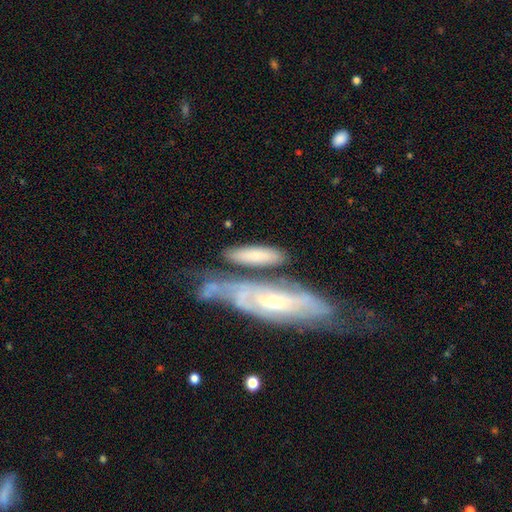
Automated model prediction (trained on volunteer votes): smooth-or-featured: smooth: 54% | featured or disk: 40% | star or artifact: 6%
  how-rounded: cigar-shaped: 54% | in between: 43% | round: 3%
  merging: none: 48% | merger: 25% | minor disturbance: 19% | major disturbance: 8%